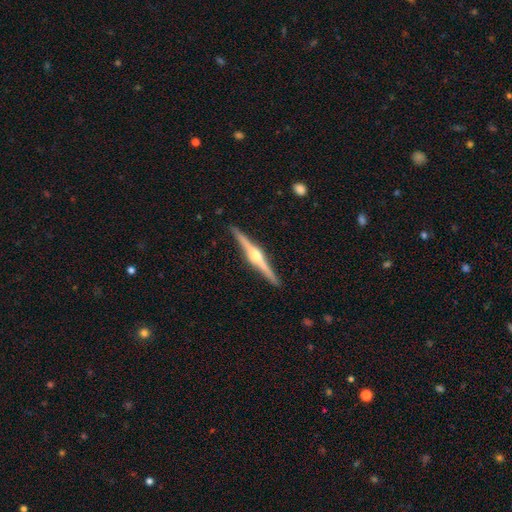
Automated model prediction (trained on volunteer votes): Smooth or featured?
  - featured or disk: 86% *
  - smooth: 9%
  - star or artifact: 4%
Edge-on disk?
  - yes: 99% *
  - no: 1%
Edge-on bulge?
  - rounded: 94% *
  - boxy: 3%
  - none: 2%
Merging?
  - none: 92% *
  - minor disturbance: 6%
  - major disturbance: 1%
  - merger: 1%